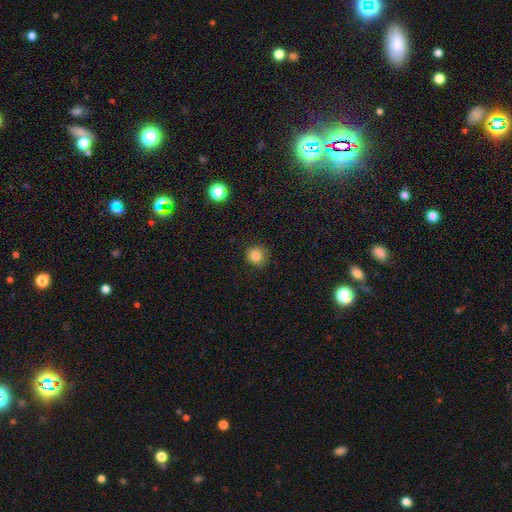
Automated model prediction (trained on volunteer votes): Q: Smooth or featured?
A: smooth (83%); runner-up: star or artifact (11%)
Q: How rounded?
A: round (90%); runner-up: in between (9%)
Q: Merging?
A: none (86%); runner-up: minor disturbance (10%)